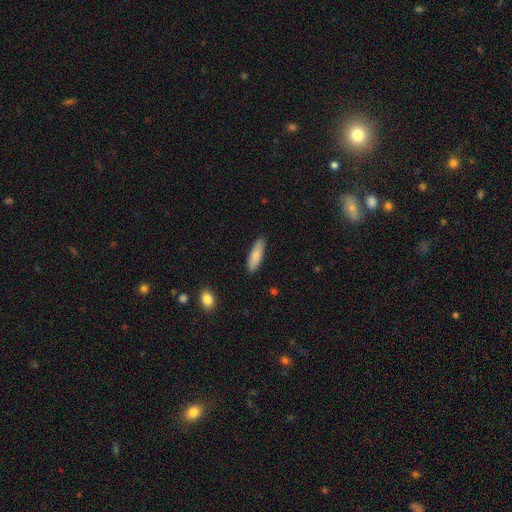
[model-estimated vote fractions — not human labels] Morphology: type=smooth (83%); roundness=cigar-shaped (61%); merging=none (88%).